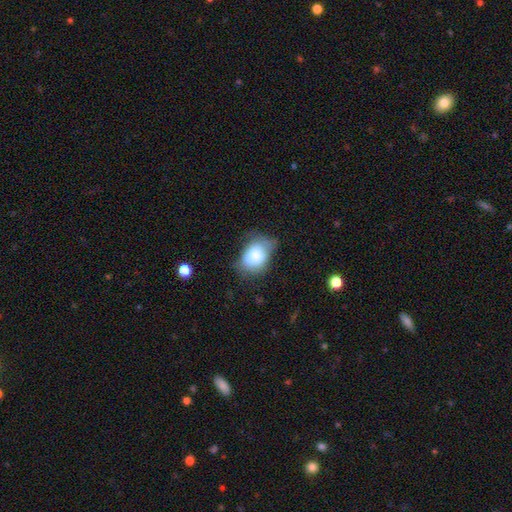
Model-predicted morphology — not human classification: smooth-or-featured: smooth: 76% | featured or disk: 16% | star or artifact: 8%
  how-rounded: in between: 76% | round: 23% | cigar-shaped: 1%
  merging: none: 51% | minor disturbance: 35% | major disturbance: 12% | merger: 2%